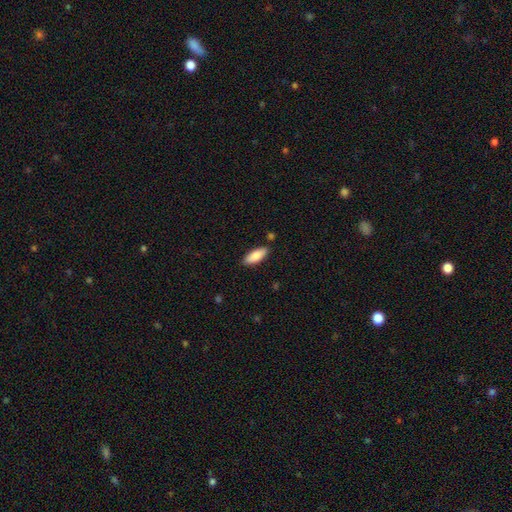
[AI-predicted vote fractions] Overall: smooth (85%). How rounded: in between (75%). Merging: none (84%).